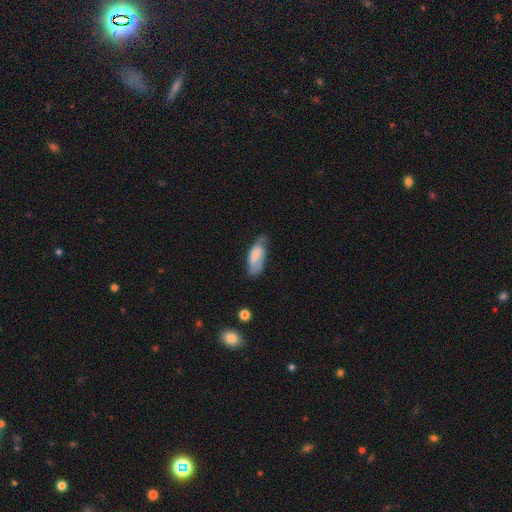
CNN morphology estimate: smooth-or-featured: smooth: 65% | featured or disk: 28% | star or artifact: 7%
  how-rounded: in between: 82% | cigar-shaped: 16% | round: 2%
  merging: none: 54% | minor disturbance: 32% | major disturbance: 11% | merger: 2%